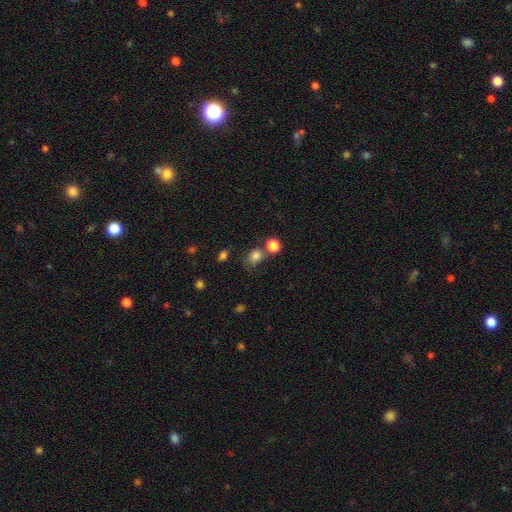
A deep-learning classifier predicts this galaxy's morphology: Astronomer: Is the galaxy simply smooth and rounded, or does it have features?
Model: smooth — 80%.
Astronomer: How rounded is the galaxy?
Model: round — 61% (runner-up: in between, 38%).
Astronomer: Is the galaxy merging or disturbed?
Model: none — 59%.